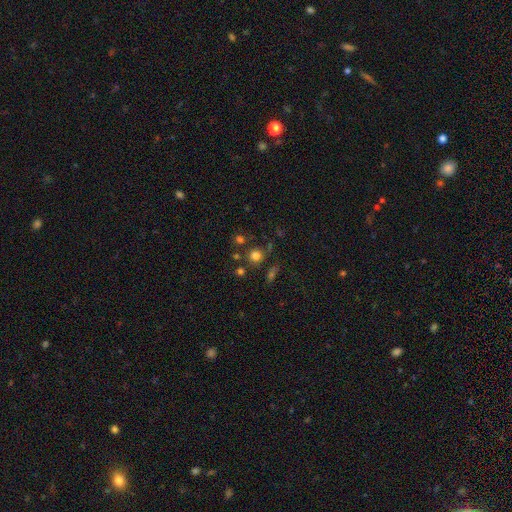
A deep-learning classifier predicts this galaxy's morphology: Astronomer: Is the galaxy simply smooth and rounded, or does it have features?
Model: smooth — 74%.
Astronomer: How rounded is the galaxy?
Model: round — 89%.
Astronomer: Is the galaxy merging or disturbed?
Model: none — 75%.